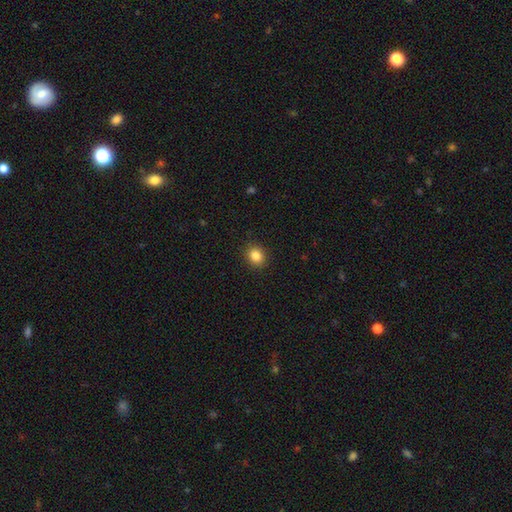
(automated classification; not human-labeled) Smooth or featured? smooth (85%)
How rounded? round (69%)
Merging? none (90%)